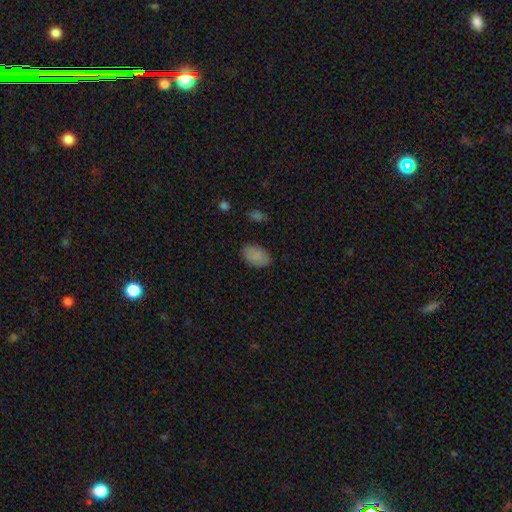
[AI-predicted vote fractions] Q: Smooth or featured?
A: smooth (87%); runner-up: star or artifact (8%)
Q: How rounded?
A: in between (92%); runner-up: round (7%)
Q: Merging?
A: none (85%); runner-up: minor disturbance (11%)